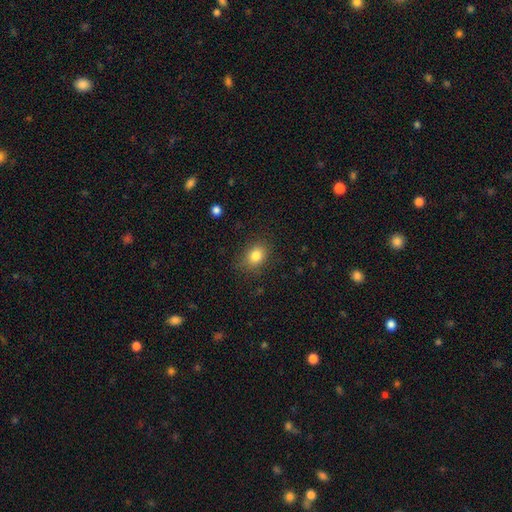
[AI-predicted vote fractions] Morphology: type=smooth (83%); roundness=in between (58%); merging=none (83%).